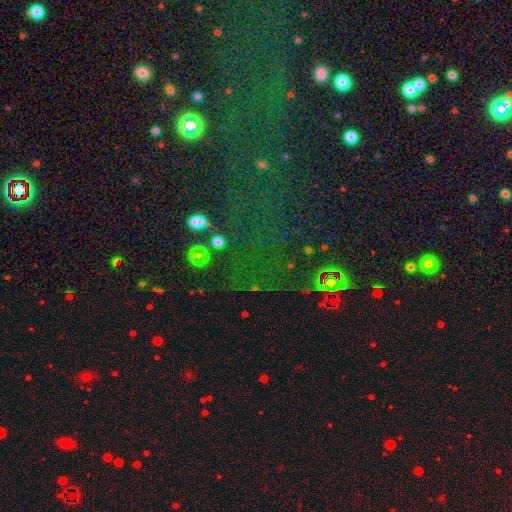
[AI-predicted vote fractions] Morphology: type=star or artifact (76%).